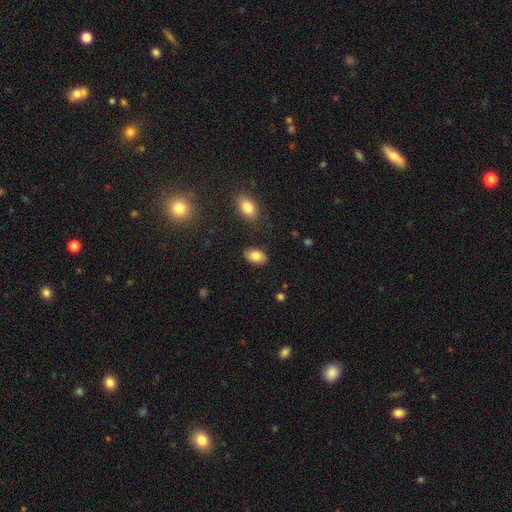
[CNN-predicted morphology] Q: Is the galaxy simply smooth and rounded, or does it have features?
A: smooth — 83%.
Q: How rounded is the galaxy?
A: in between — 91%.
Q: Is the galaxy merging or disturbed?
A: none — 85%.